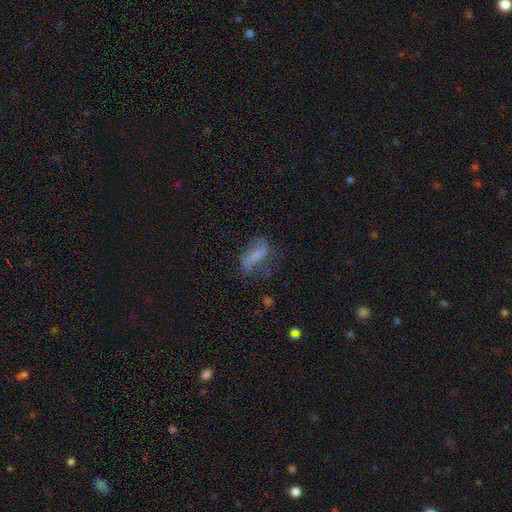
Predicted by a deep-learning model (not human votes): A smooth galaxy with no disk features (49%). Merging: none (41%).